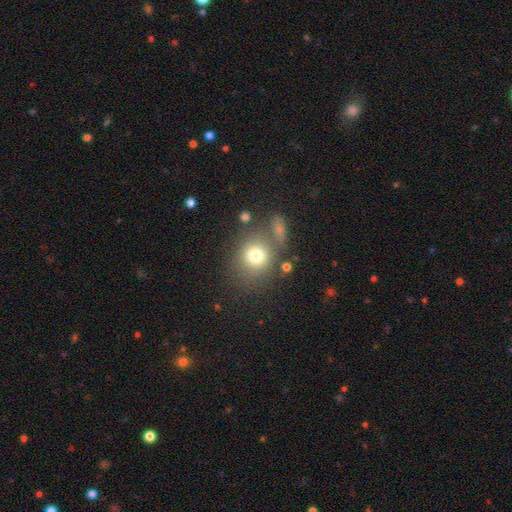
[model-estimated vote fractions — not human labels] This is likely a smooth galaxy (75%). How rounded: likely round (73%). Merging: likely none (64%).